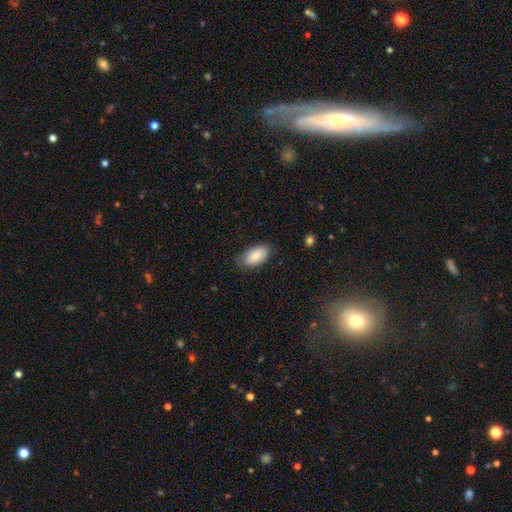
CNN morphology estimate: Smooth or featured?
  - smooth: 81% *
  - featured or disk: 12%
  - star or artifact: 6%
How rounded?
  - in between: 94% *
  - cigar-shaped: 3%
  - round: 3%
Merging?
  - none: 77% *
  - minor disturbance: 18%
  - major disturbance: 3%
  - merger: 1%